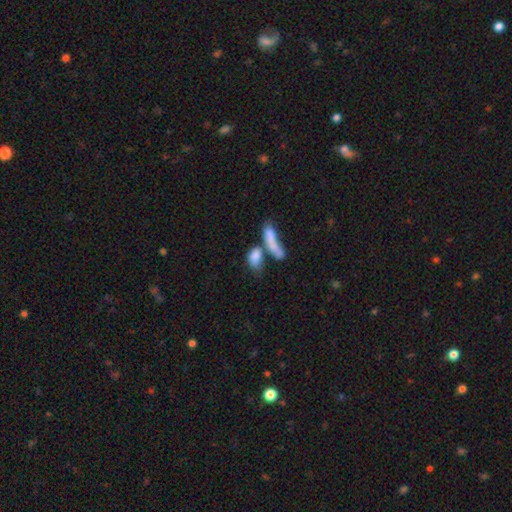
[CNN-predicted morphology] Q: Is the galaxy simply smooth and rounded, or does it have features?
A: smooth — 75%.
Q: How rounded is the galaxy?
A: in between — 66%.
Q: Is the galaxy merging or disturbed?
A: merger — 52%.